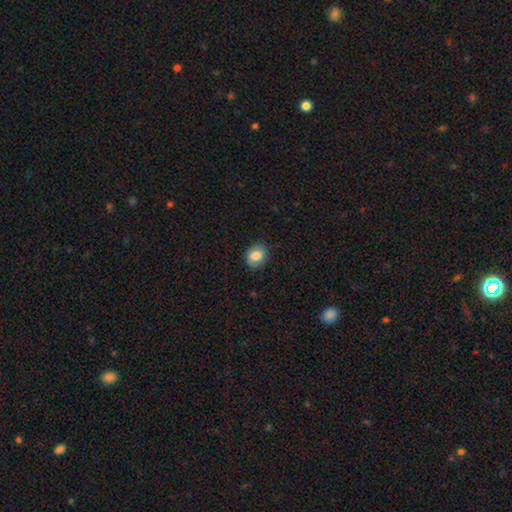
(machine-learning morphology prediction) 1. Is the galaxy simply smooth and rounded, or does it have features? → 83% smooth, 9% featured or disk, 8% star or artifact.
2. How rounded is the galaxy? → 58% in between, 41% round, 1% cigar-shaped.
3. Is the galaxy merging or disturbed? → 80% none, 16% minor disturbance, 4% major disturbance, 1% merger.